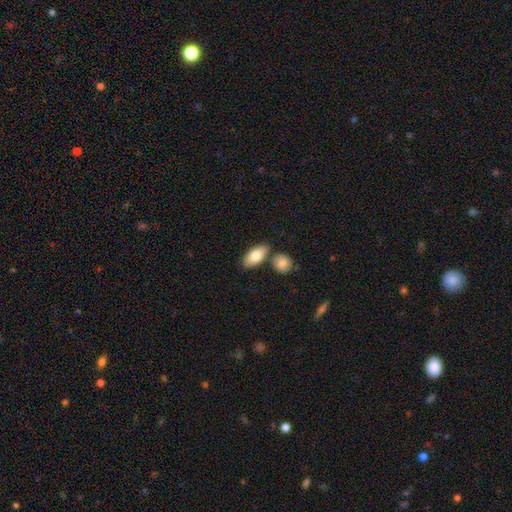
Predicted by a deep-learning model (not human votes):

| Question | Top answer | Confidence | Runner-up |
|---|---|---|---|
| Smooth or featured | smooth | 79% | featured or disk (15%) |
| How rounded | in between | 90% | cigar-shaped (6%) |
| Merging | none | 68% | merger (17%) |